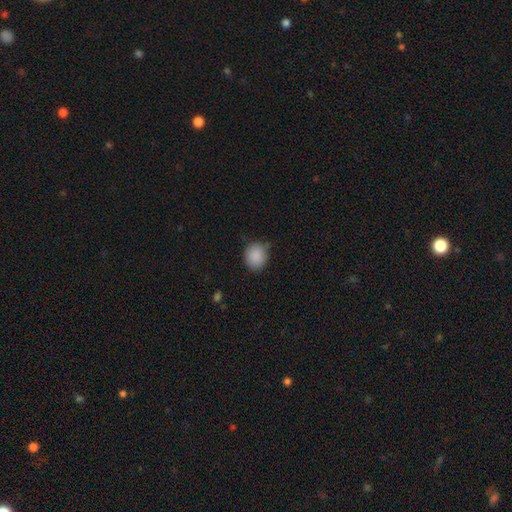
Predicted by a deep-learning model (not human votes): smooth_or_featured: smooth (p=0.88) [alt: star or artifact p=0.08]
how_rounded: round (p=0.74) [alt: in between p=0.25]
merging: none (p=0.69) [alt: minor disturbance p=0.25]